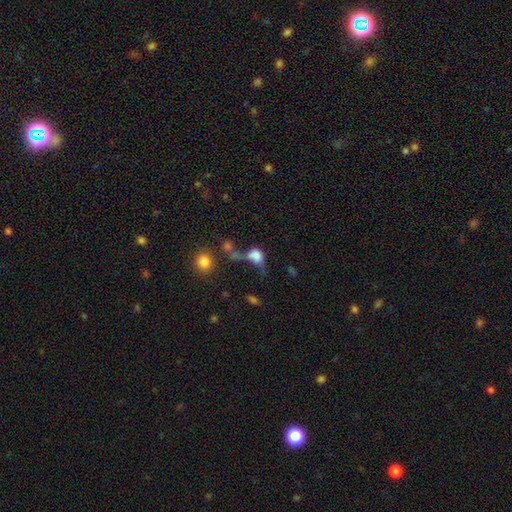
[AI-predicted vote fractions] Smooth or featured? Predicted: smooth (p=0.68). How rounded? Predicted: in between (p=0.57). Merging? Predicted: merger (p=0.36).